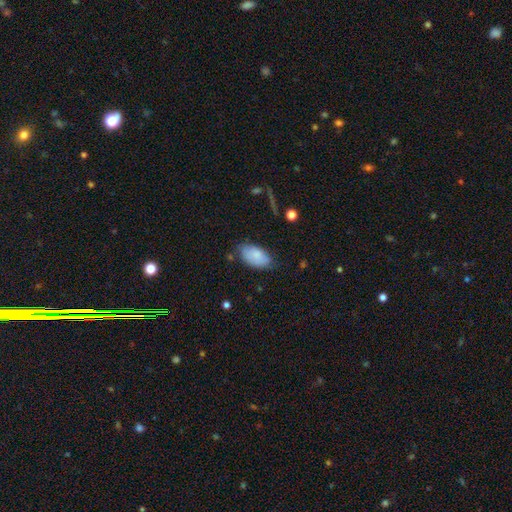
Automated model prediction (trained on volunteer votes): Morphology: type=smooth (82%); roundness=in between (95%); merging=none (68%).